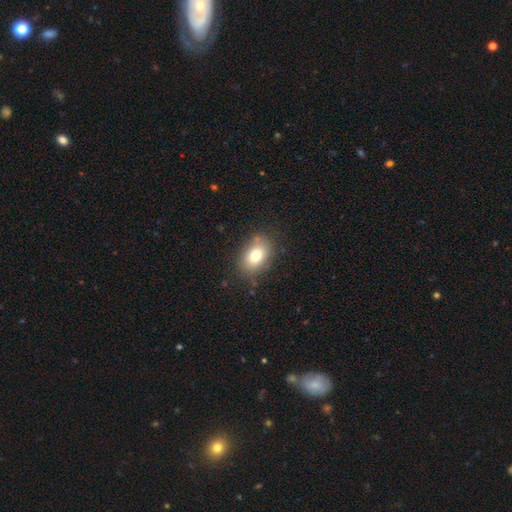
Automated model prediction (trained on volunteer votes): Smooth or featured? Predicted: smooth (p=0.77). How rounded? Predicted: in between (p=0.79). Merging? Predicted: none (p=0.79).